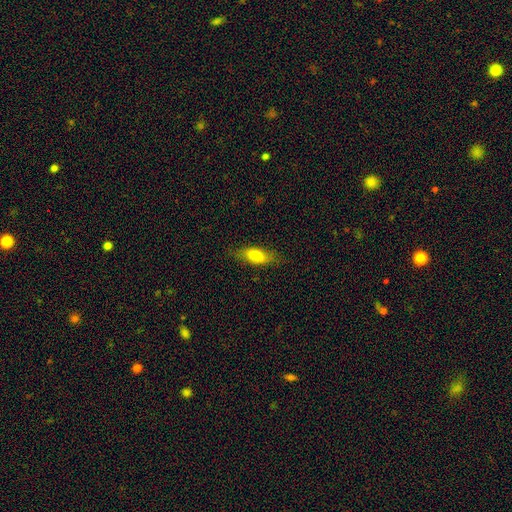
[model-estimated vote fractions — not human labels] Smooth or featured? smooth (72%)
How rounded? in between (75%)
Merging? none (79%)